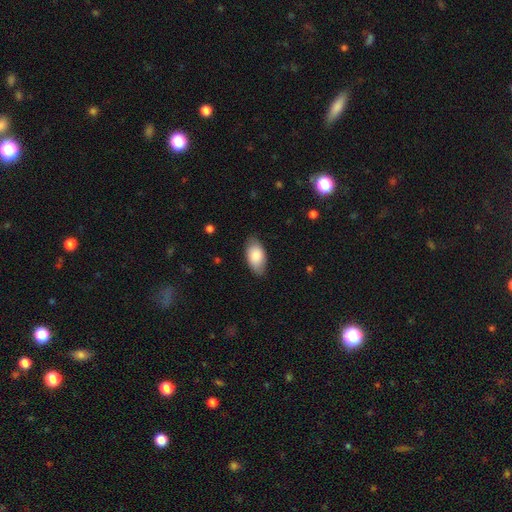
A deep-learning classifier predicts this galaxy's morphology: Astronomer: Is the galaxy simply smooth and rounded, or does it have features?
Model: smooth — 84%.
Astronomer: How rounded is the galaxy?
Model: in between — 94%.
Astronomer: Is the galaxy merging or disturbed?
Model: none — 81%.